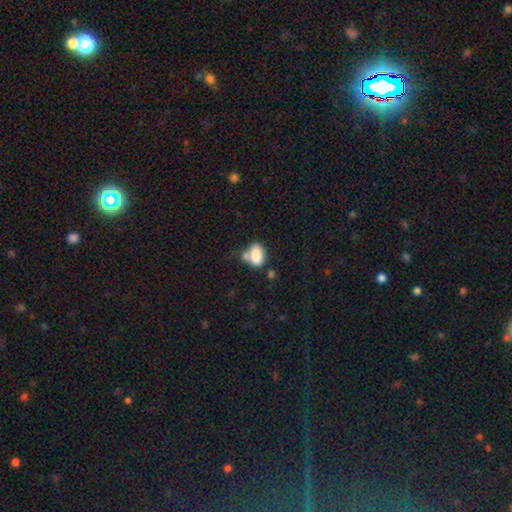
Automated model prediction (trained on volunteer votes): This appears to be a smooth galaxy with no disk features (81%) that is in between round and cigar-shaped (83%). Merging: none (36%).